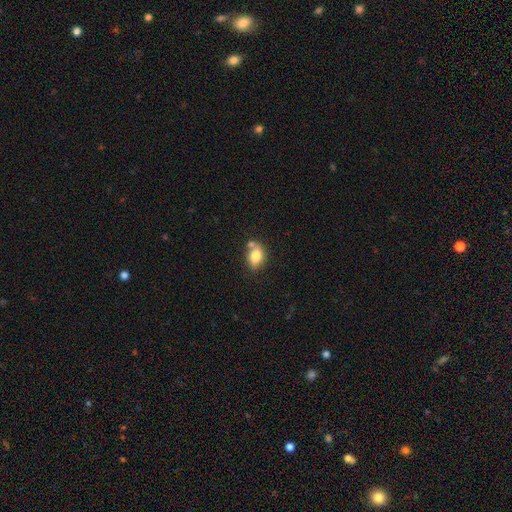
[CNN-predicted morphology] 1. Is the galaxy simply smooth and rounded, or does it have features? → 79% smooth, 13% featured or disk, 9% star or artifact.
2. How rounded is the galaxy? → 78% in between, 21% round, 2% cigar-shaped.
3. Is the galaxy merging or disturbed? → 54% none, 23% merger, 18% minor disturbance, 5% major disturbance.